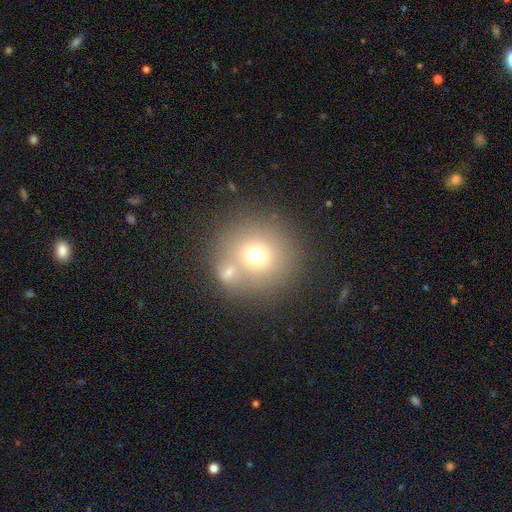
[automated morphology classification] Q: Smooth or featured?
A: smooth (69%); runner-up: star or artifact (16%)
Q: How rounded?
A: round (91%); runner-up: in between (8%)
Q: Merging?
A: none (62%); runner-up: merger (24%)